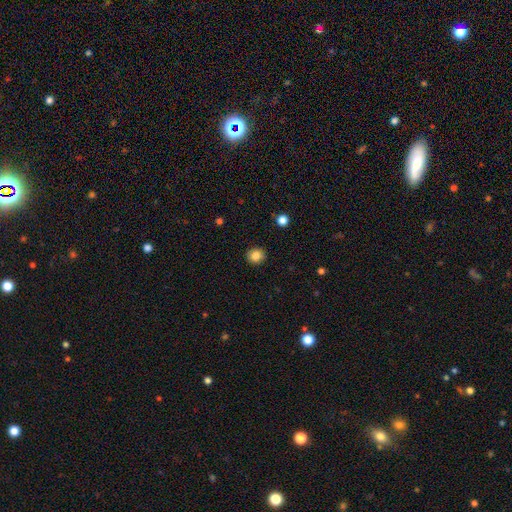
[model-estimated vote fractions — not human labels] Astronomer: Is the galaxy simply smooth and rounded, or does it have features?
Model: smooth — 85%.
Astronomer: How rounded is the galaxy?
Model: round — 84%.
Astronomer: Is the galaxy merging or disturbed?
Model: none — 90%.